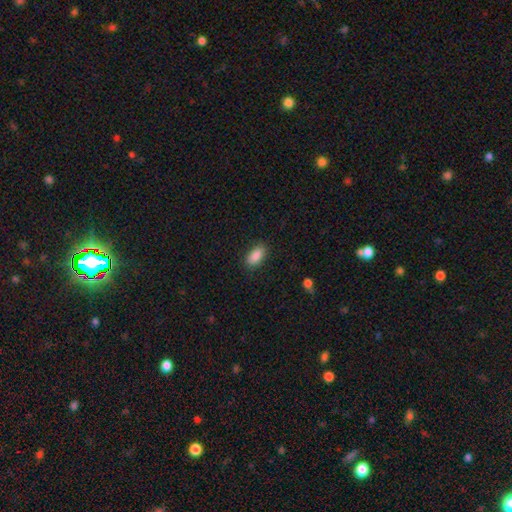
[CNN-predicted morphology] This appears to be a smooth galaxy with no disk features (89%) that is in between round and cigar-shaped (91%). Merging: none (85%).